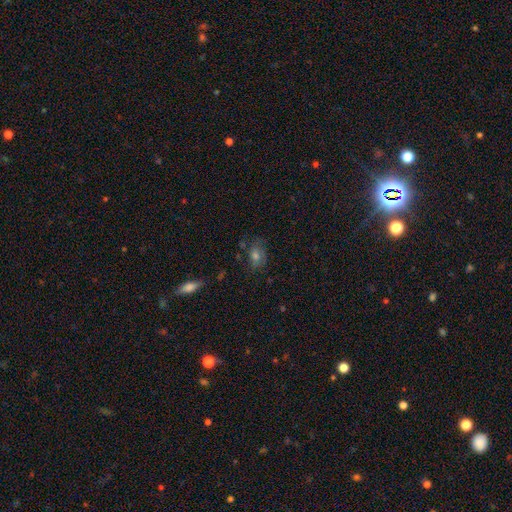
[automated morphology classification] This is possibly a smooth galaxy (52%). How rounded: likely in between (71%). Merging: likely none (70%).